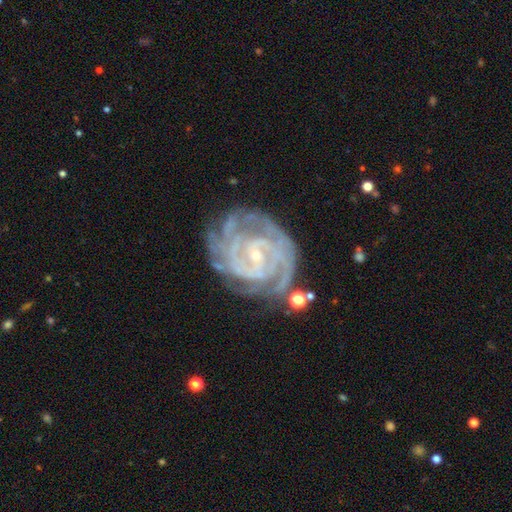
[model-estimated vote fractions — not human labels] smooth_or_featured: featured or disk (p=0.90) [alt: star or artifact p=0.06]
disk_edge_on: no (p=0.97) [alt: yes p=0.03]
bar: no (p=0.43) [alt: weak p=0.40]
has_spiral_arms: yes (p=0.97) [alt: no p=0.03]
spiral_winding: tight (p=0.74) [alt: medium p=0.22]
spiral_arm_count: 2 (p=0.23) [alt: can't tell p=0.22]
bulge_size: small (p=0.83) [alt: moderate p=0.12]
merging: none (p=0.64) [alt: minor disturbance p=0.22]